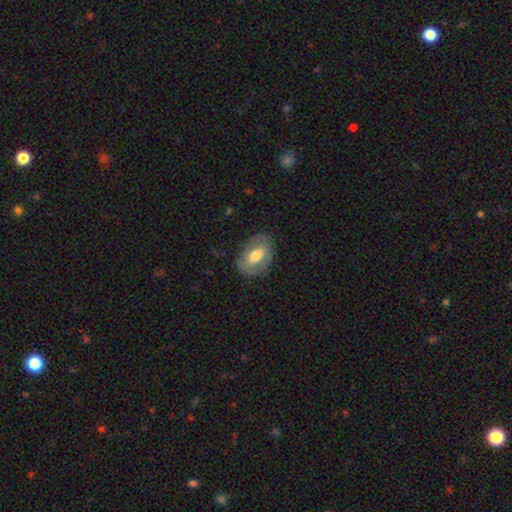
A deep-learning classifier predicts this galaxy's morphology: smooth 49%, featured or disk 45%, star or artifact 6%. Down the decision tree: merging — none (77%).